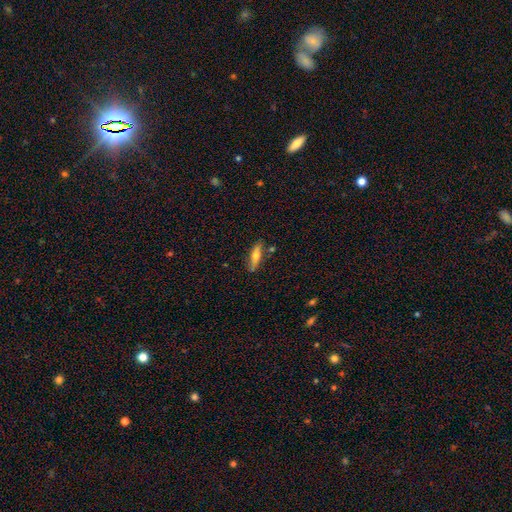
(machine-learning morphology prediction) Smooth or featured? Predicted: smooth (p=0.61). How rounded? Predicted: cigar-shaped (p=0.55). Merging? Predicted: none (p=0.78).